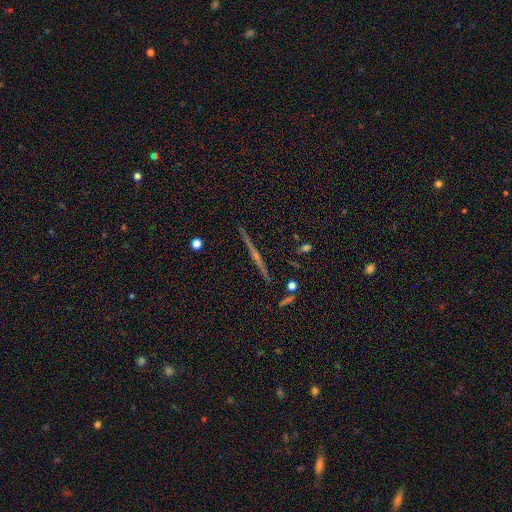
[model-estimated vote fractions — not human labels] featured or disk 76%, smooth 13%, star or artifact 10%. Down the decision tree: edge-on disk — yes (98%); edge-on bulge — rounded (61%); merging — none (92%).